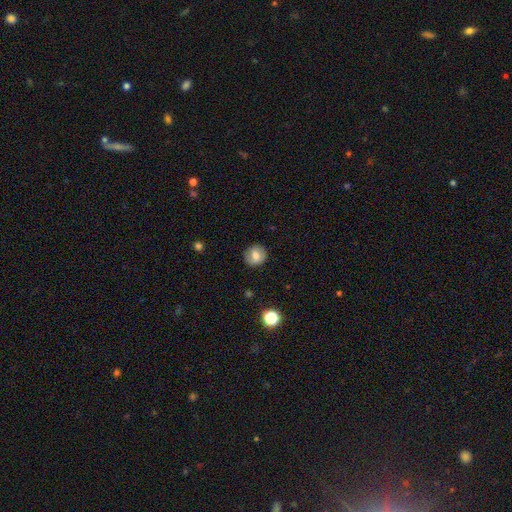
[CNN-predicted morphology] This appears to be a smooth galaxy with no disk features (73%) that is round (85%). Merging: none (86%).